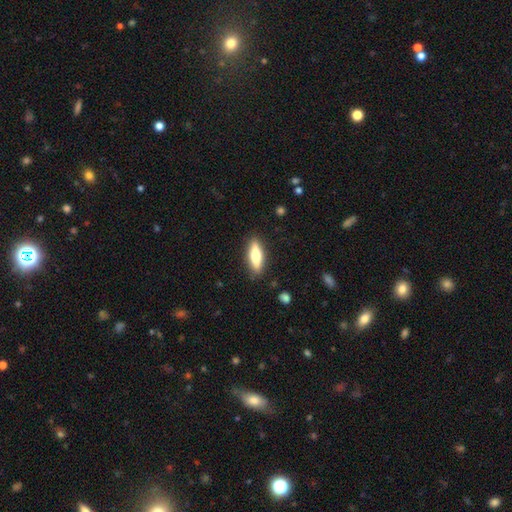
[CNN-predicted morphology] smooth_or_featured: smooth (p=0.60) [alt: featured or disk p=0.35]
how_rounded: cigar-shaped (p=0.54) [alt: in between p=0.44]
merging: none (p=0.88) [alt: minor disturbance p=0.09]